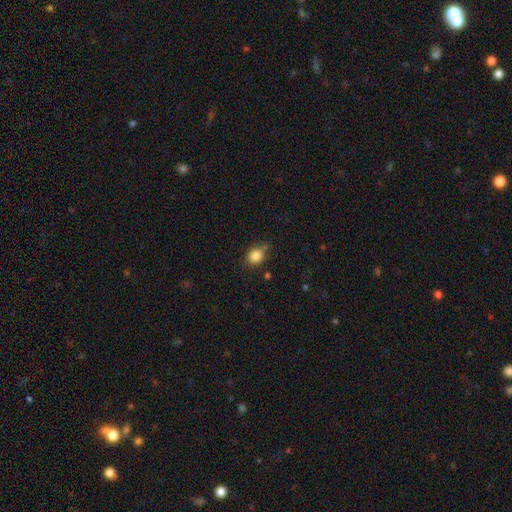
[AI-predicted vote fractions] Overall: smooth (84%). How rounded: round (69%; in between 30%). Merging: none (64%; minor disturbance 26%).